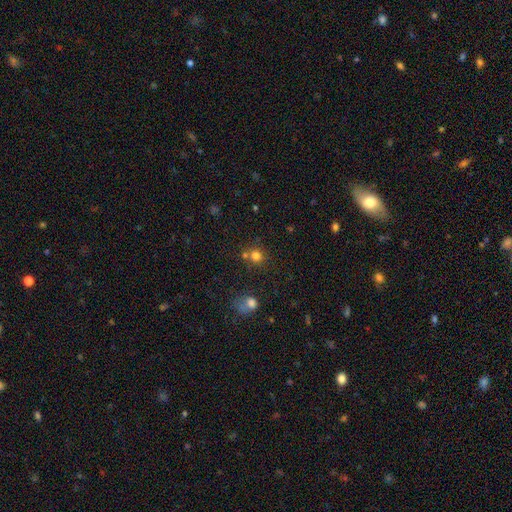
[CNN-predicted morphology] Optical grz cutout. It shows a smooth galaxy with no disk features (76%) that is round (88%). Merging: none (66%).